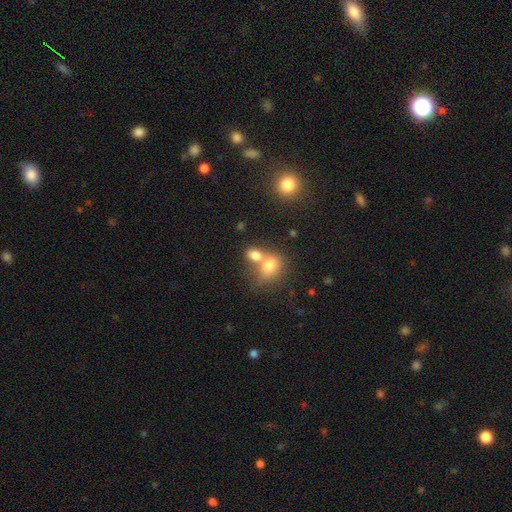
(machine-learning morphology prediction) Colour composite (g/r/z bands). It shows a smooth galaxy with no disk features (77%) that is in between round and cigar-shaped (67%). Merging: merger (61%).